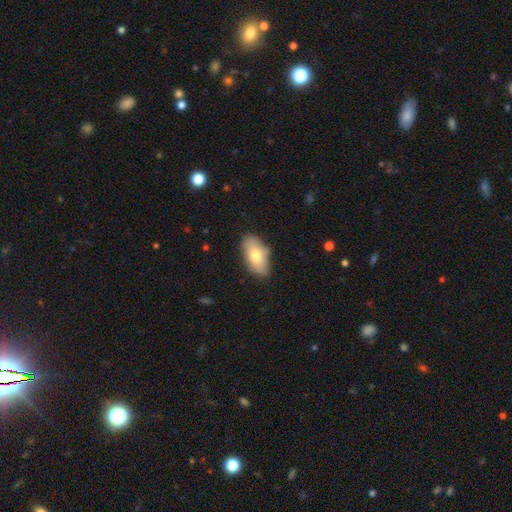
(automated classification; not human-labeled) Smooth or featured? smooth (74%)
How rounded? in between (92%)
Merging? none (77%)